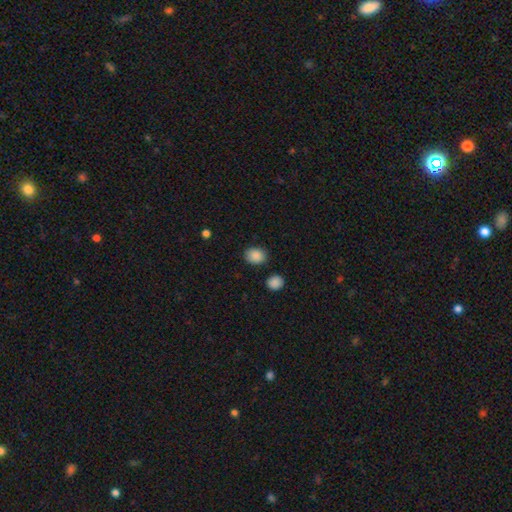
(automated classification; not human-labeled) This is clearly a smooth galaxy (88%). How rounded: possibly round (50%). Merging: clearly none (83%).